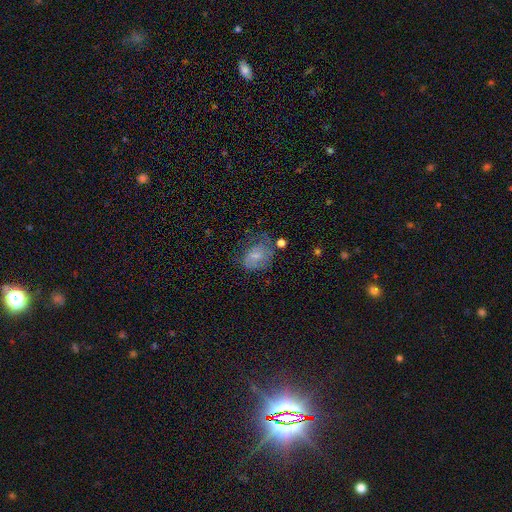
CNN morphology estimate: A smooth galaxy with no disk features (57%) that is in between round and cigar-shaped (64%). Merging: none (41%).